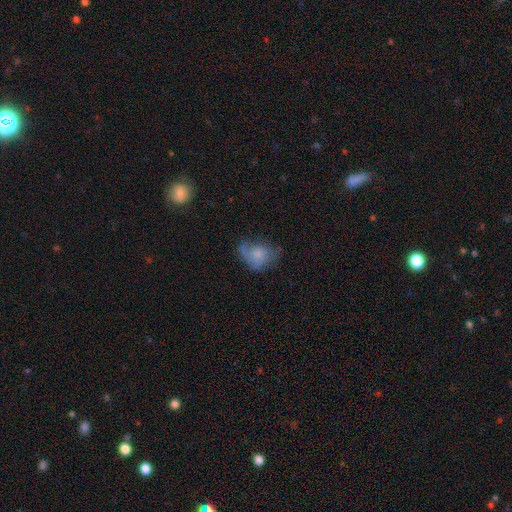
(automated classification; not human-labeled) smooth-or-featured: smooth: 54% | featured or disk: 35% | star or artifact: 10%
  how-rounded: in between: 59% | round: 40% | cigar-shaped: 1%
  merging: none: 40% | major disturbance: 29% | minor disturbance: 28% | merger: 3%